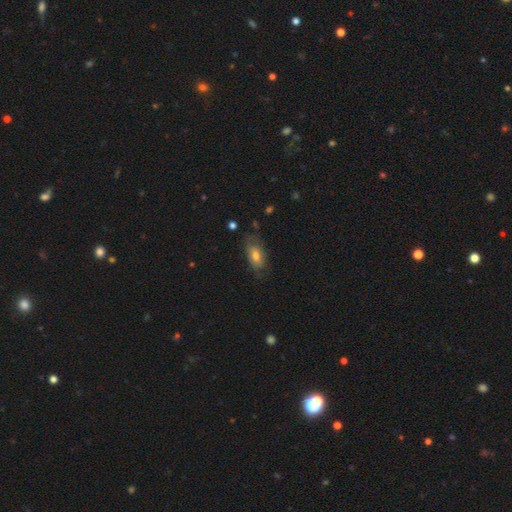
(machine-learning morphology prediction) The model was most divided on "smooth or featured": smooth: 60%, featured or disk: 32%, star or artifact: 9%. More confident: how rounded — in between (88%); merging — none (61%).